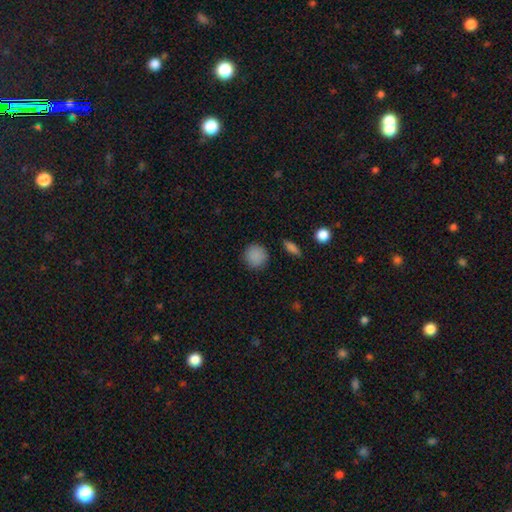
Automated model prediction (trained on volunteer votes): A smooth galaxy with no disk features (86%) that is round (91%).

Vote fractions:
- Smooth or featured? smooth: 86% / star or artifact: 10% / featured or disk: 4%
- How rounded? round: 91% / in between: 8% / cigar-shaped: 1%
- Merging? none: 88% / minor disturbance: 8% / major disturbance: 2% / merger: 2%